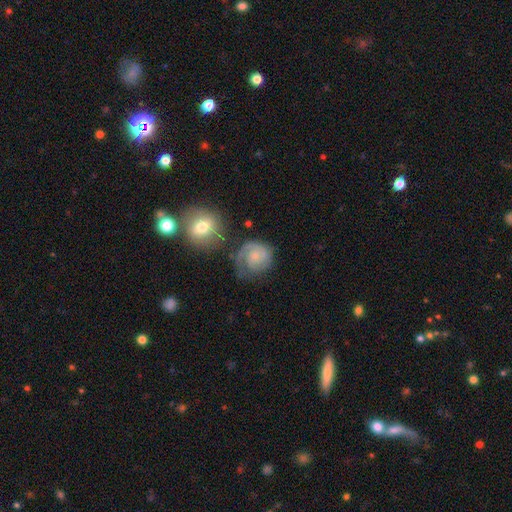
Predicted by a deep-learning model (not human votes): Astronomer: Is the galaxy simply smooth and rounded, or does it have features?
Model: featured or disk — 71%.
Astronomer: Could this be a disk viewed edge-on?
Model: no — 98%.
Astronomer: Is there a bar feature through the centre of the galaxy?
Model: no — 73%.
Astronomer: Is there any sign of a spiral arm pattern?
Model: yes — 93%.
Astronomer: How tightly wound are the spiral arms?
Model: tight — 56% (runner-up: medium, 33%).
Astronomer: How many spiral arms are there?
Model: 2 — 39% (runner-up: 1, 38%).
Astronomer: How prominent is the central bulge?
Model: small — 68%.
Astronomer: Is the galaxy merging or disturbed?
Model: none — 58%.